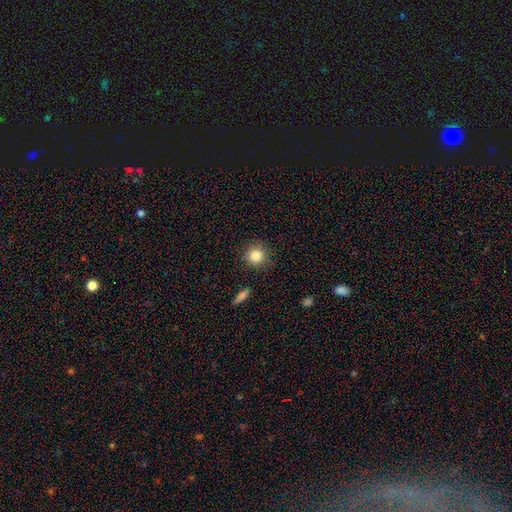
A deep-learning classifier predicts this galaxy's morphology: The model was most divided on "smooth or featured": smooth: 85%, star or artifact: 10%, featured or disk: 6%. More confident: how rounded — round (91%); merging — none (86%).